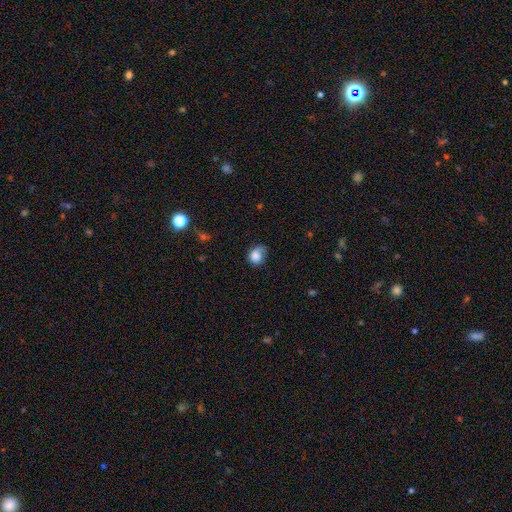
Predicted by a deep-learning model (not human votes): Smooth or featured? Predicted: smooth (p=0.78). How rounded? Predicted: round (p=0.60). Merging? Predicted: none (p=0.45).